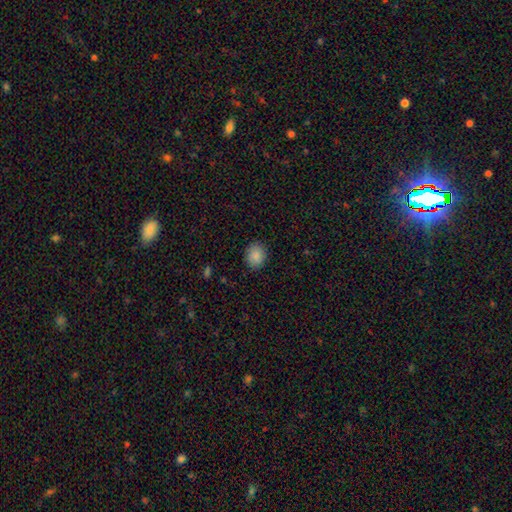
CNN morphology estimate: This appears to be a smooth galaxy with no disk features (88%) that is round (55%). Merging: none (88%).